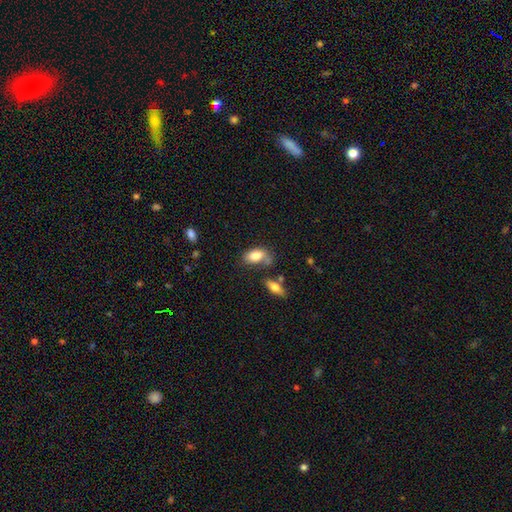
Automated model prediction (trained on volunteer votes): The model was most divided on "merging": none: 57%, minor disturbance: 20%, merger: 16%, major disturbance: 6%. More confident: how rounded — in between (90%); smooth or featured — smooth (81%).